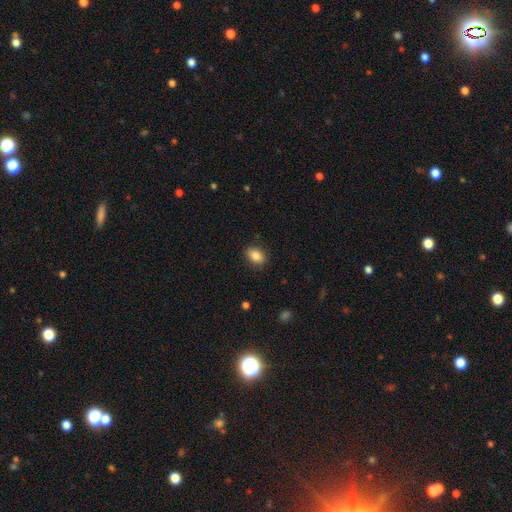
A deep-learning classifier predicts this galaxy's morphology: A smooth galaxy with no disk features (86%) that is in between round and cigar-shaped (80%). Merging: none (87%).